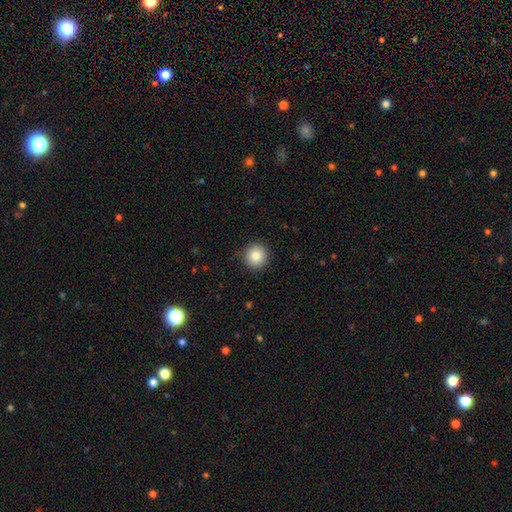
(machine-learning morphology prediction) A smooth galaxy with no disk features (86%) that is round (95%).

Vote fractions:
- Smooth or featured? smooth: 86% / star or artifact: 9% / featured or disk: 5%
- How rounded? round: 95% / in between: 4% / cigar-shaped: 1%
- Merging? none: 90% / minor disturbance: 7% / major disturbance: 2% / merger: 1%